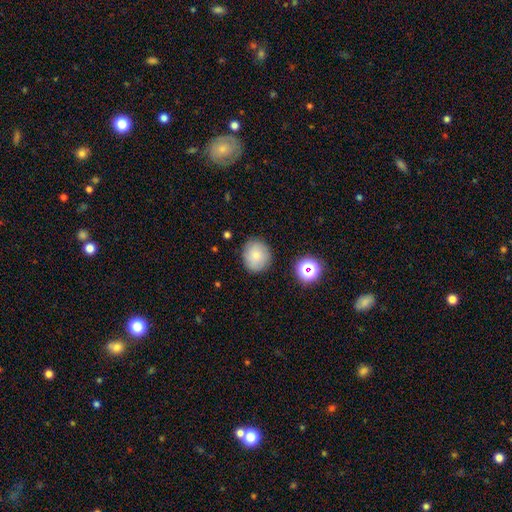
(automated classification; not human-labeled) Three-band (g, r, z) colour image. It shows a smooth galaxy with no disk features (78%) that is round (82%). Merging: none (83%).